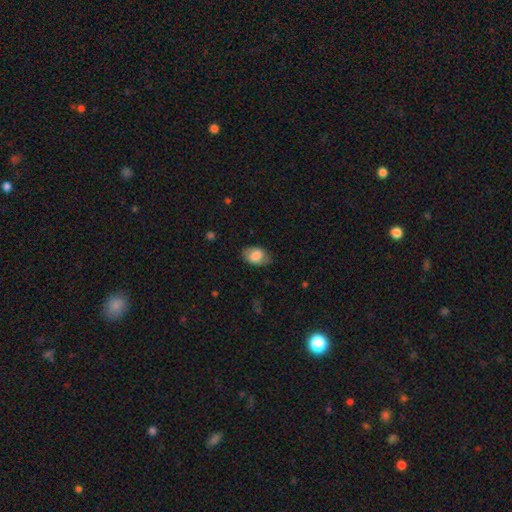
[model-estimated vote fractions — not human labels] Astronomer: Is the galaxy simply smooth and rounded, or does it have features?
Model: smooth — 79%.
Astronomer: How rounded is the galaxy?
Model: in between — 87%.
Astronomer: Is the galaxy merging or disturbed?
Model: none — 76%.